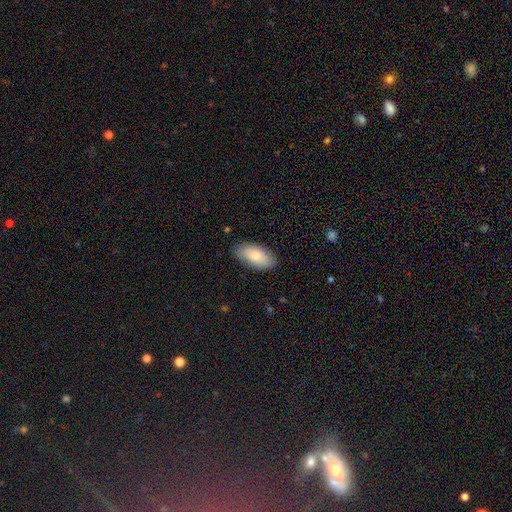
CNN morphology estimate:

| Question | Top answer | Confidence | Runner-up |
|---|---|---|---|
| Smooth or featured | smooth | 82% | featured or disk (12%) |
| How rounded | in between | 93% | cigar-shaped (5%) |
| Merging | none | 86% | minor disturbance (11%) |